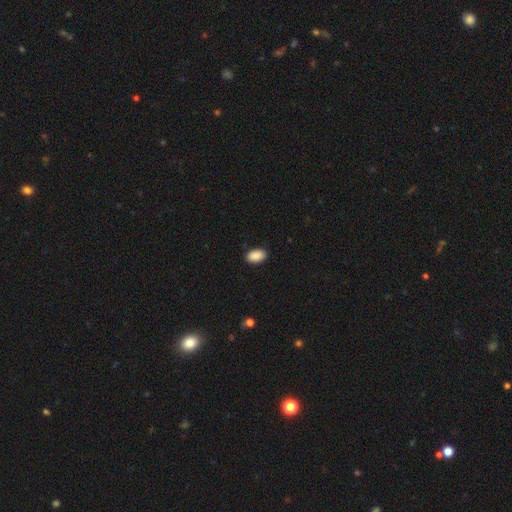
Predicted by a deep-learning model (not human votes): Overall: smooth (90%). How rounded: in between (93%). Merging: none (88%).